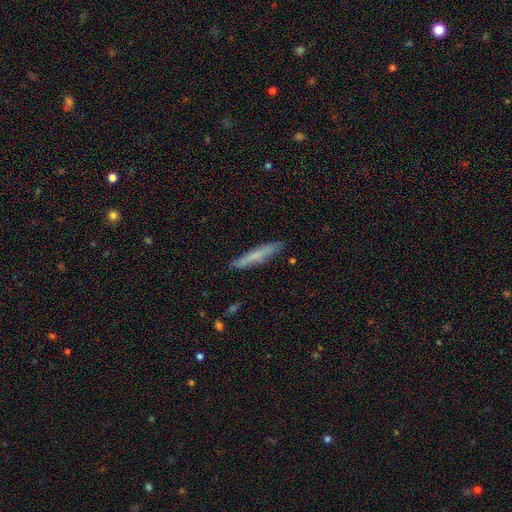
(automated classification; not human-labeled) Smooth or featured? Predicted: smooth (p=0.62). How rounded? Predicted: cigar-shaped (p=0.94). Merging? Predicted: none (p=0.87).